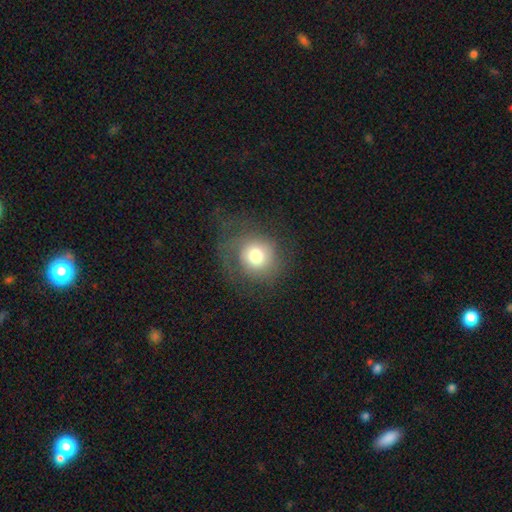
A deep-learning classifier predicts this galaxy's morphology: A smooth galaxy with no disk features (66%) that is round (88%).

Vote fractions:
- Smooth or featured? smooth: 66% / featured or disk: 23% / star or artifact: 11%
- How rounded? round: 88% / in between: 11% / cigar-shaped: 1%
- Merging? none: 62% / major disturbance: 20% / minor disturbance: 18% / merger: 1%